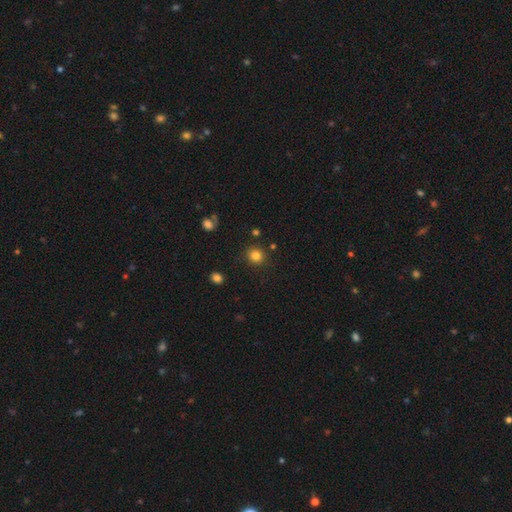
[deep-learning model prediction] Smooth or featured? Predicted: smooth (p=0.82). How rounded? Predicted: round (p=0.91). Merging? Predicted: none (p=0.87).